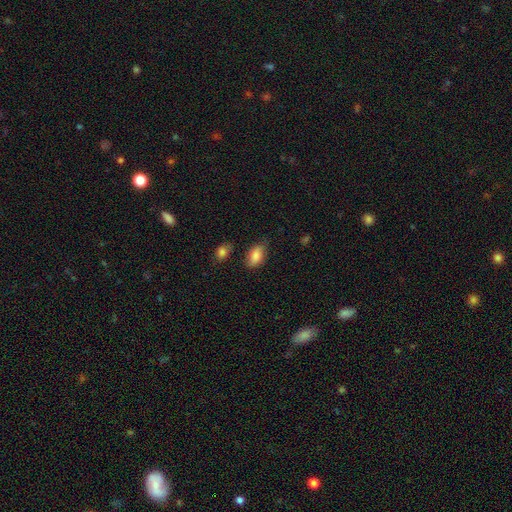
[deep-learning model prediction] Smooth or featured? Predicted: smooth (p=0.85). How rounded? Predicted: in between (p=0.91). Merging? Predicted: none (p=0.68).